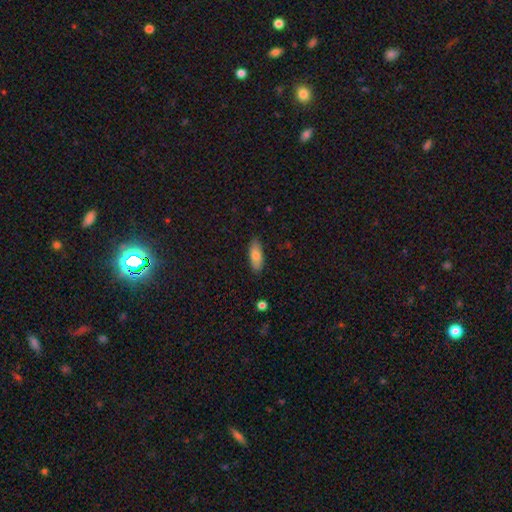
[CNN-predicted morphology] Smooth or featured?
  - smooth: 80% *
  - featured or disk: 13%
  - star or artifact: 7%
How rounded?
  - in between: 74% *
  - cigar-shaped: 23%
  - round: 2%
Merging?
  - none: 87% *
  - minor disturbance: 10%
  - major disturbance: 2%
  - merger: 1%